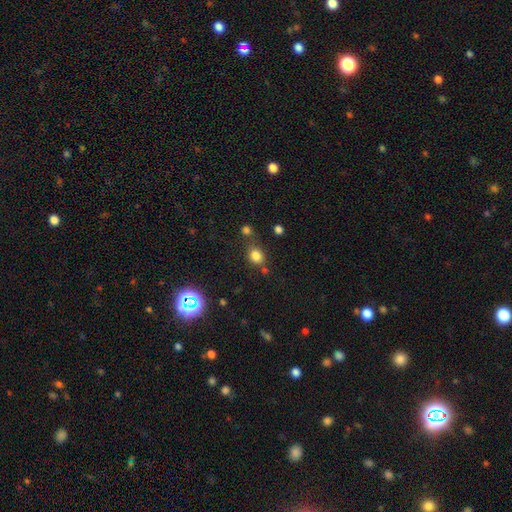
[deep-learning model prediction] A smooth galaxy with no disk features (79%) that is round (63%).

Vote fractions:
- Smooth or featured? smooth: 79% / star or artifact: 15% / featured or disk: 6%
- How rounded? round: 63% / in between: 36% / cigar-shaped: 1%
- Merging? none: 68% / minor disturbance: 14% / merger: 13% / major disturbance: 5%